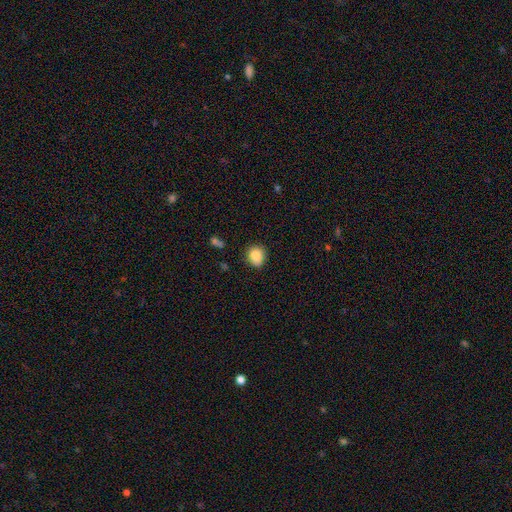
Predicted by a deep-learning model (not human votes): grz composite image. It shows a smooth galaxy with no disk features (86%) that is round (72%). Merging: none (77%).